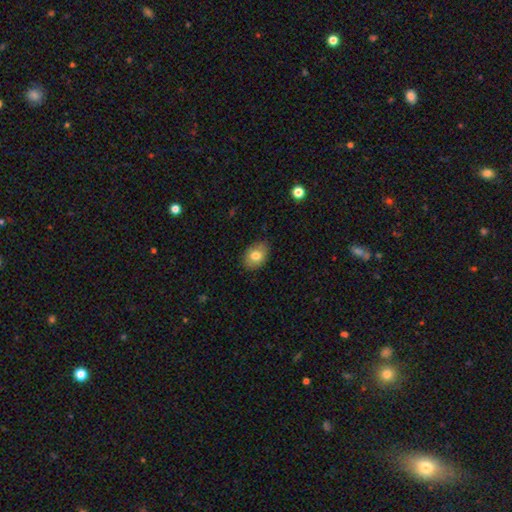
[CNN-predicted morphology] Smooth or featured? smooth (78%)
How rounded? in between (74%)
Merging? none (84%)